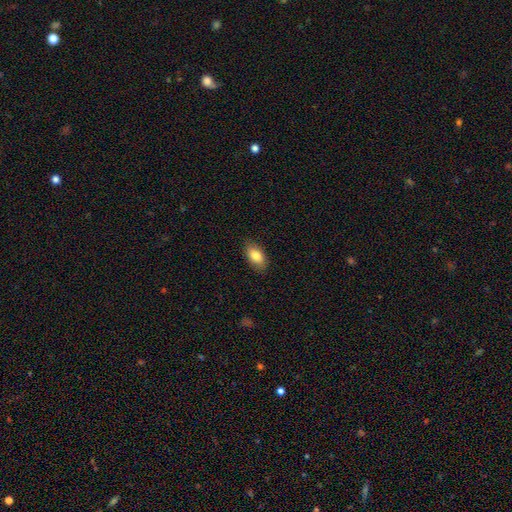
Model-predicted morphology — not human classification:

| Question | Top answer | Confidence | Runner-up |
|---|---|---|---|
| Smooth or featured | smooth | 83% | featured or disk (10%) |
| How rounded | in between | 91% | round (5%) |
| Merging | none | 84% | minor disturbance (12%) |